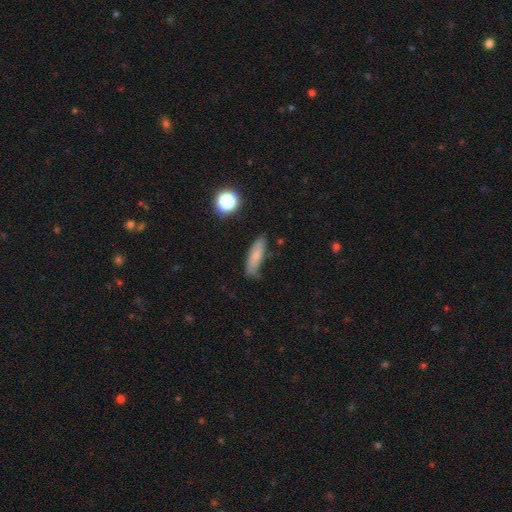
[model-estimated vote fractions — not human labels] Smooth or featured? Predicted: smooth (p=0.72). How rounded? Predicted: cigar-shaped (p=0.50). Merging? Predicted: none (p=0.71).